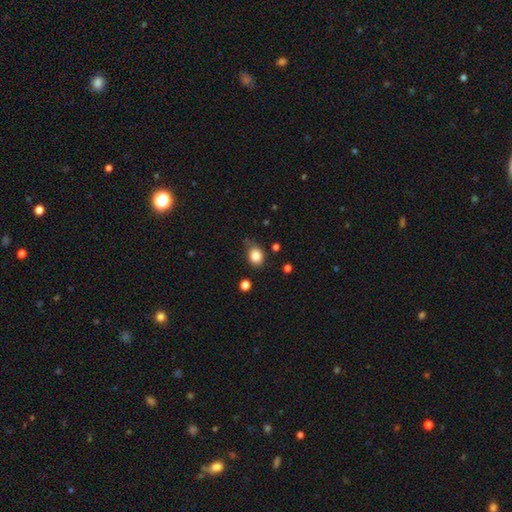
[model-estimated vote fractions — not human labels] smooth_or_featured: smooth (p=0.86) [alt: star or artifact p=0.10]
how_rounded: round (p=0.52) [alt: in between p=0.47]
merging: none (p=0.66) [alt: minor disturbance p=0.25]